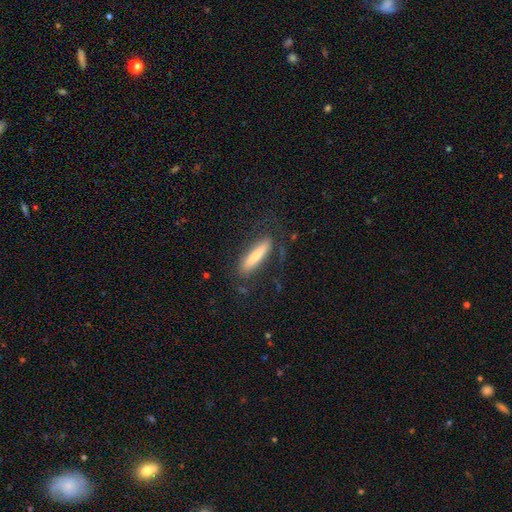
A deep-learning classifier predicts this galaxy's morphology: smooth_or_featured: smooth (p=0.55) [alt: featured or disk p=0.36]
how_rounded: cigar-shaped (p=0.84) [alt: in between p=0.14]
merging: none (p=0.71) [alt: minor disturbance p=0.17]